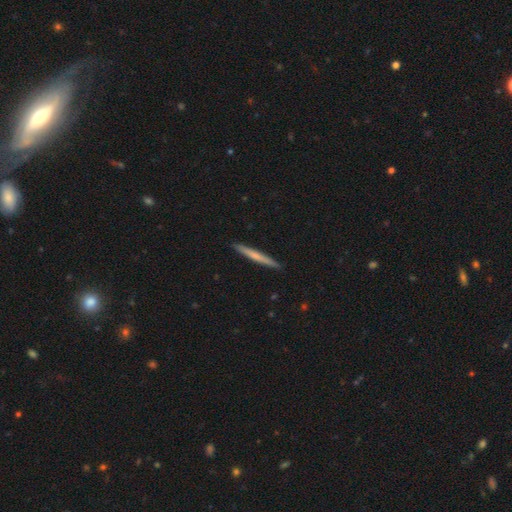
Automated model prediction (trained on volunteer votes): Morphology: type=smooth (56%); roundness=cigar-shaped (97%); merging=none (92%).